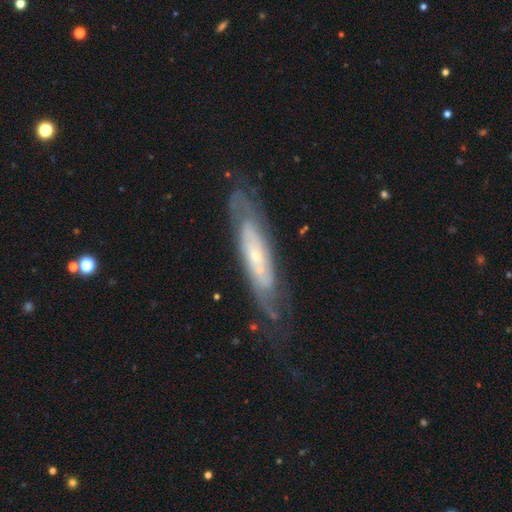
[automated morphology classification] featured or disk 76%, smooth 17%, star or artifact 7%. Down the decision tree: edge-on disk — no (71%); bar — no (71%); spiral arms — yes (78%); bulge size — small (72%); merging — none (67%).